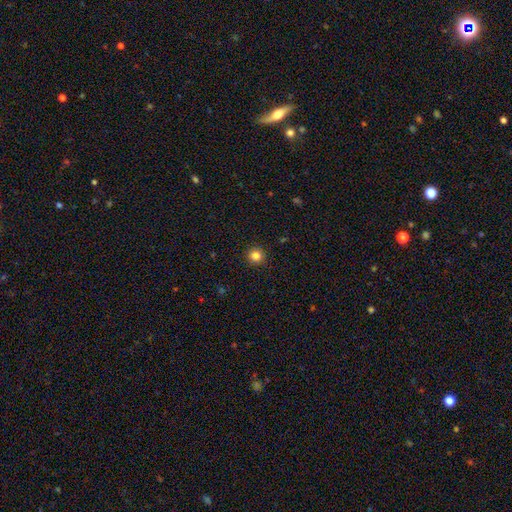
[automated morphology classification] A smooth galaxy with no disk features (83%) that is round (95%).

Vote fractions:
- Smooth or featured? smooth: 83% / star or artifact: 13% / featured or disk: 4%
- How rounded? round: 95% / in between: 4% / cigar-shaped: 1%
- Merging? none: 92% / minor disturbance: 5% / major disturbance: 2% / merger: 1%